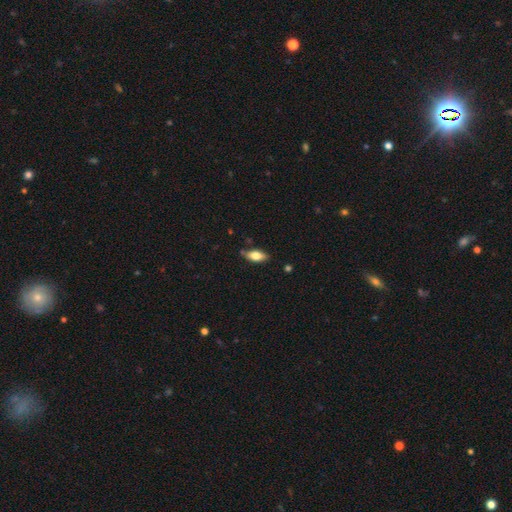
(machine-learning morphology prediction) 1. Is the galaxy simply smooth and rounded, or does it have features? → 72% smooth, 21% featured or disk, 7% star or artifact.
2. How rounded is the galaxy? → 85% in between, 11% cigar-shaped, 3% round.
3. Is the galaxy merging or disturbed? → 79% none, 16% minor disturbance, 3% major disturbance, 2% merger.